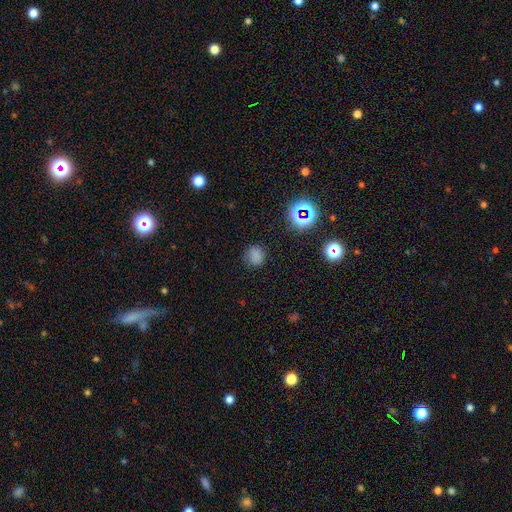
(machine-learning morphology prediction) This is likely a smooth galaxy (73%). How rounded: likely round (77%). Merging: clearly none (82%).